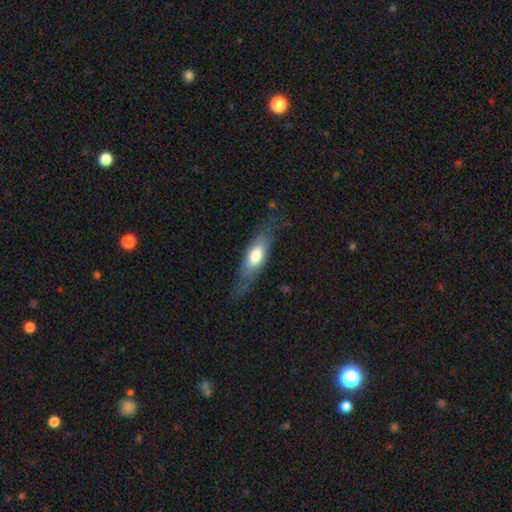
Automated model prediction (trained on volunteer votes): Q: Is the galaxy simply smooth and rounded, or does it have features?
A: smooth — 57%.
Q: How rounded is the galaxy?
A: in between — 58%.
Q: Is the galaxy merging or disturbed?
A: none — 67%.